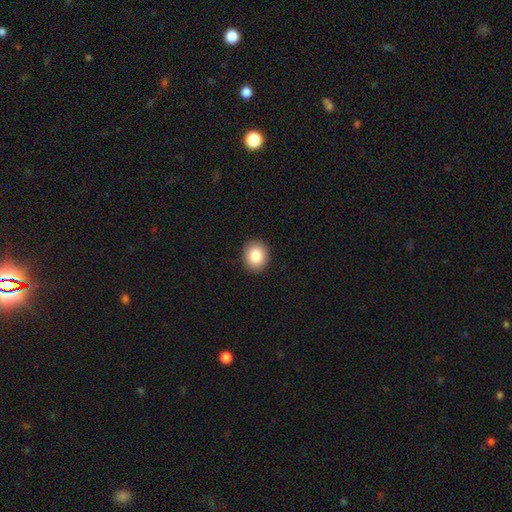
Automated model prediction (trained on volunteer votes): Smooth or featured: smooth — 86% (star or artifact — 8%)
How rounded: round — 68% (in between — 32%)
Merging: none — 91% (minor disturbance — 6%)